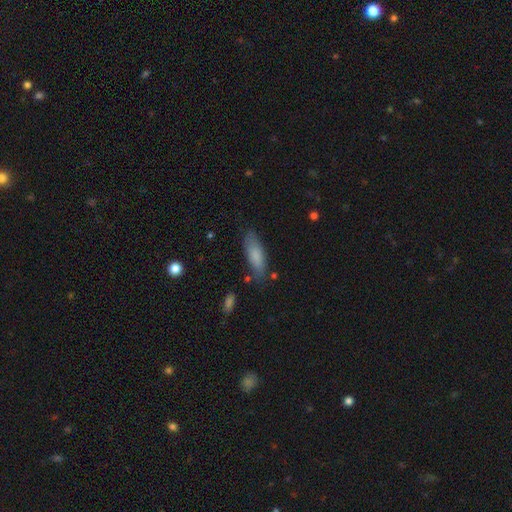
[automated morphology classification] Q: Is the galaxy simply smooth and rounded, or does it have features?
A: smooth — 81%.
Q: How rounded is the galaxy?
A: in between — 55%.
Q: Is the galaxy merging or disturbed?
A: none — 77%.